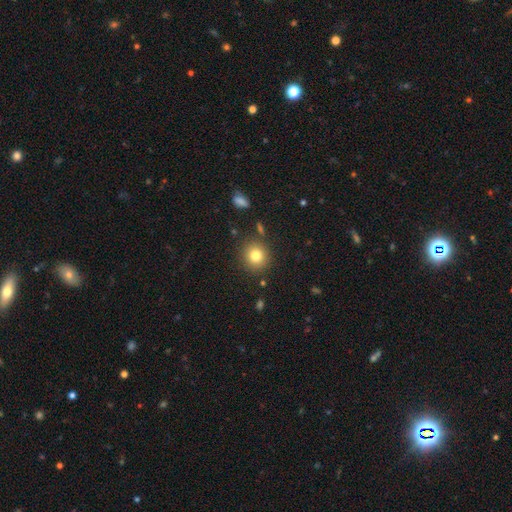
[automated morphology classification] A smooth galaxy with no disk features (80%) that is round (89%).

Vote fractions:
- Smooth or featured? smooth: 80% / star or artifact: 11% / featured or disk: 8%
- How rounded? round: 89% / in between: 11% / cigar-shaped: 1%
- Merging? none: 86% / minor disturbance: 8% / merger: 3% / major disturbance: 3%